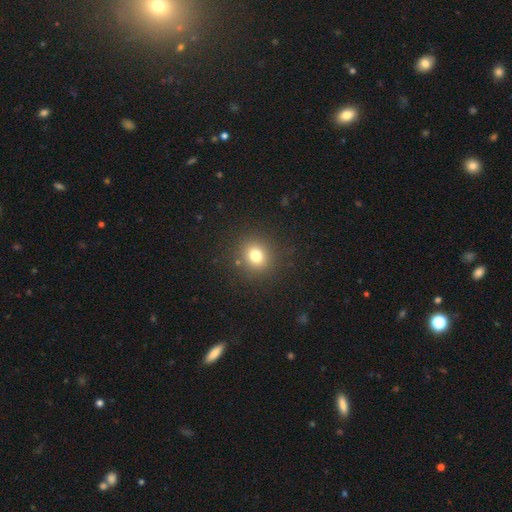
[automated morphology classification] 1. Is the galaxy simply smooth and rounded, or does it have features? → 77% smooth, 15% star or artifact, 8% featured or disk.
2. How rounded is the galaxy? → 83% round, 17% in between, 1% cigar-shaped.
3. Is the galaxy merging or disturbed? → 88% none, 7% minor disturbance, 3% major disturbance, 2% merger.